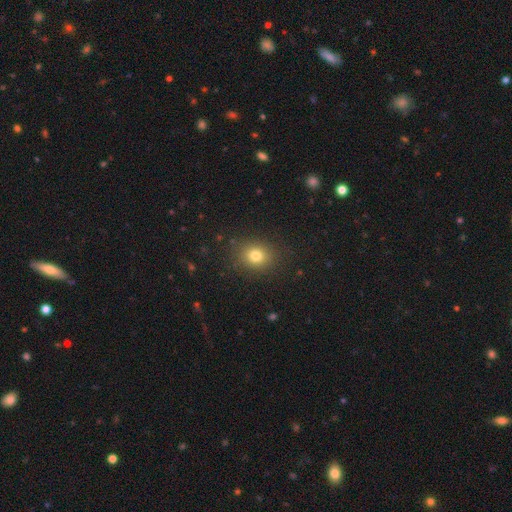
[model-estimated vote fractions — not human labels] The model was most divided on "how rounded": round: 66%, in between: 33%, cigar-shaped: 1%. More confident: merging — none (87%); smooth or featured — smooth (78%).